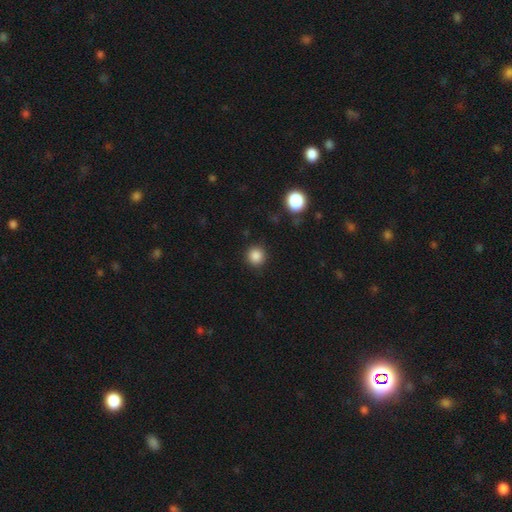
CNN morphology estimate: This is clearly a smooth galaxy (86%). How rounded: clearly round (93%). Merging: clearly none (90%).